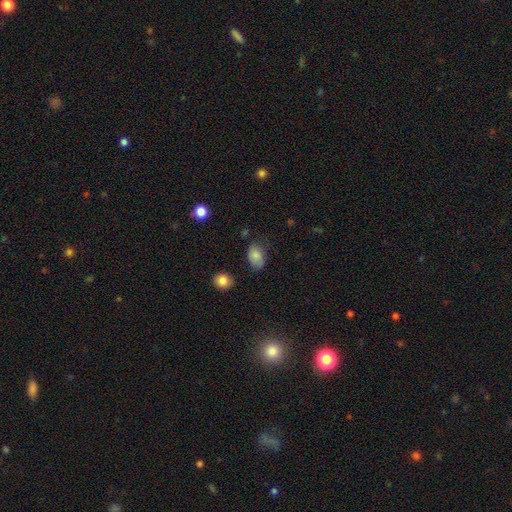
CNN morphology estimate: smooth-or-featured: smooth: 82% | featured or disk: 9% | star or artifact: 9%
  how-rounded: in between: 87% | round: 12% | cigar-shaped: 1%
  merging: none: 61% | minor disturbance: 29% | major disturbance: 8% | merger: 2%